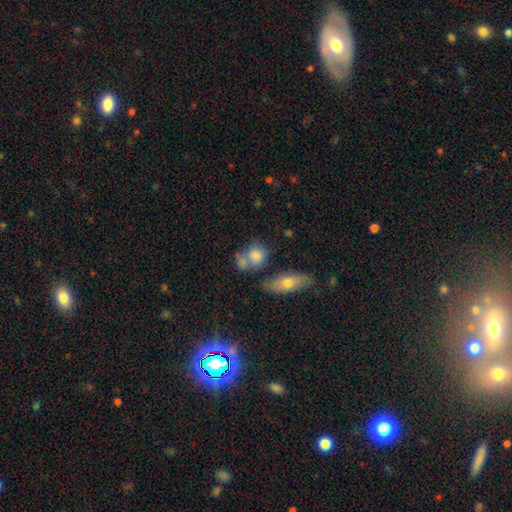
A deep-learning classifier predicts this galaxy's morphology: This appears to be a smooth galaxy with no disk features (79%) that is round (52%). Merging: none (44%).